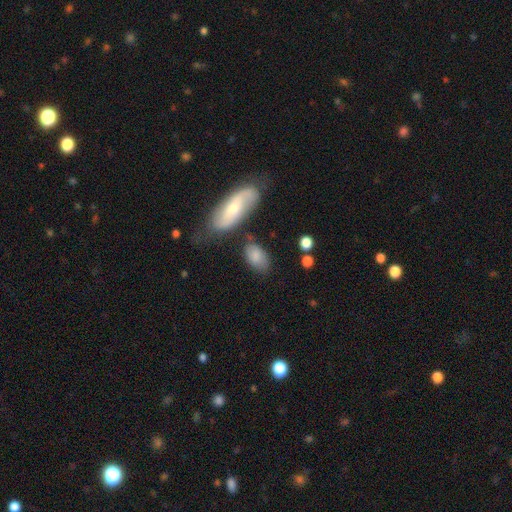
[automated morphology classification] This appears to be a smooth galaxy with no disk features (81%) that is in between round and cigar-shaped (92%). Merging: none (67%).